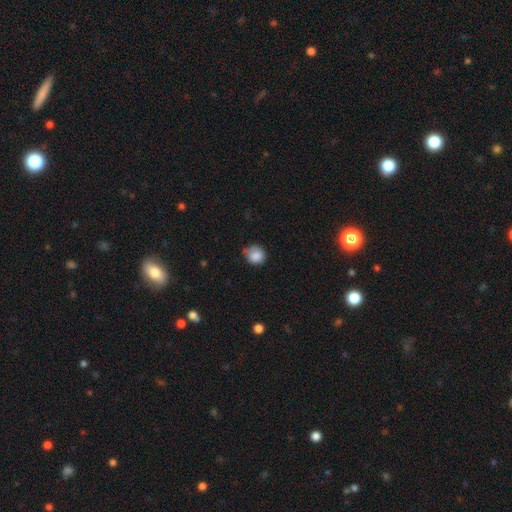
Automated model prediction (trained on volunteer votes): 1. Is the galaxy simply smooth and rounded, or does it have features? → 86% smooth, 9% star or artifact, 6% featured or disk.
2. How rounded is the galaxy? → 85% round, 14% in between, 1% cigar-shaped.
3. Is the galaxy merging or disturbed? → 61% none, 30% minor disturbance, 5% major disturbance, 4% merger.